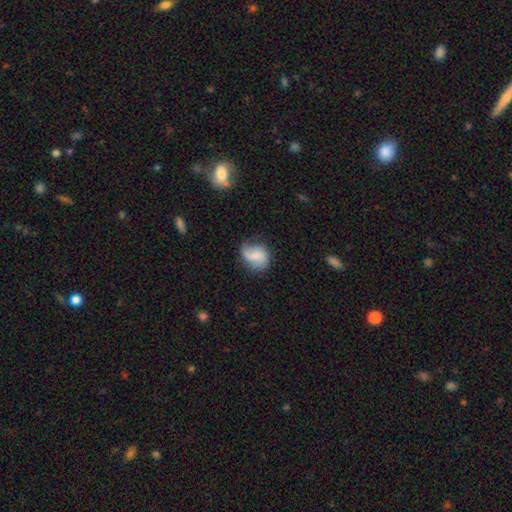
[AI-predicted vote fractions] Smooth or featured?
  - featured or disk: 49% *
  - smooth: 44%
  - star or artifact: 8%
Merging?
  - none: 61% *
  - minor disturbance: 27%
  - major disturbance: 11%
  - merger: 2%